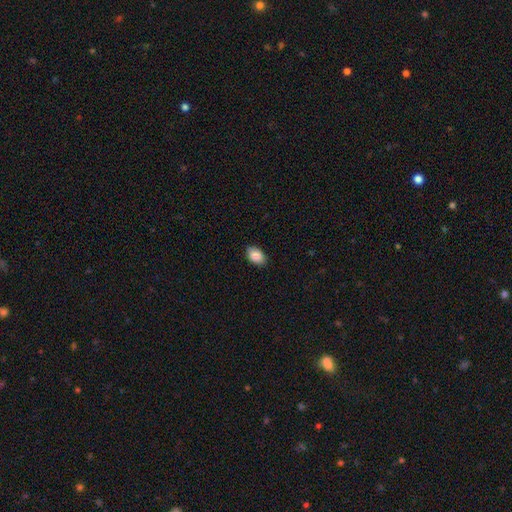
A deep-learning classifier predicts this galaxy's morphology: This appears to be a smooth galaxy with no disk features (88%) that is in between round and cigar-shaped (89%). Merging: none (87%).